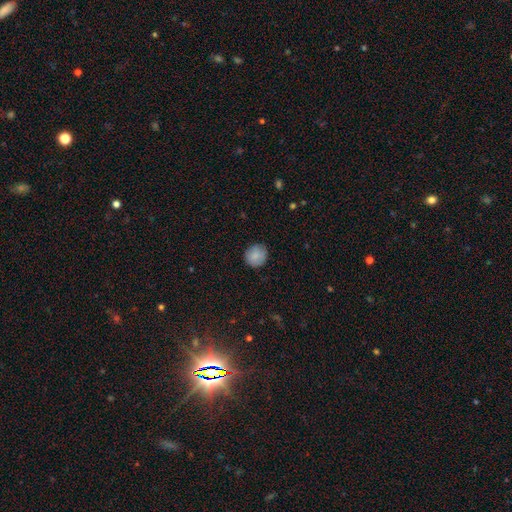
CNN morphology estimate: This appears to be a smooth galaxy with no disk features (86%) that is round (90%). Merging: none (86%).